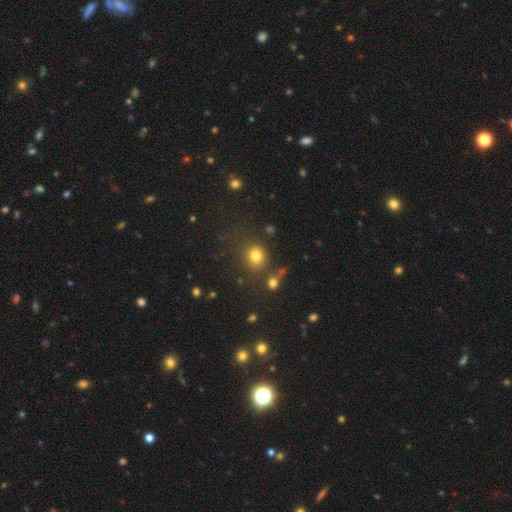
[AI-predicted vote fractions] Overall: smooth (78%). How rounded: round (83%). Merging: none (74%).